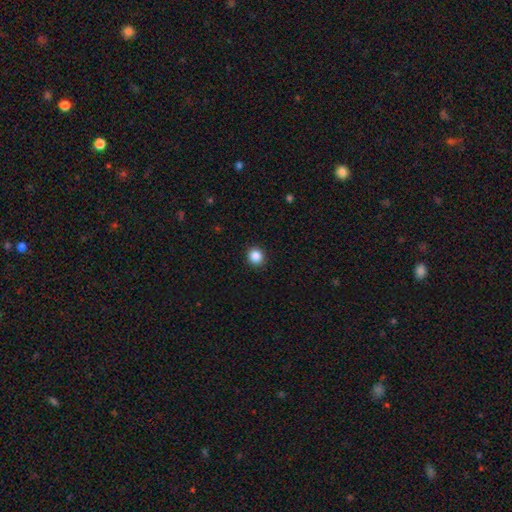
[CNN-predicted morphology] This is clearly a smooth galaxy (87%). How rounded: clearly round (90%). Merging: clearly none (92%).